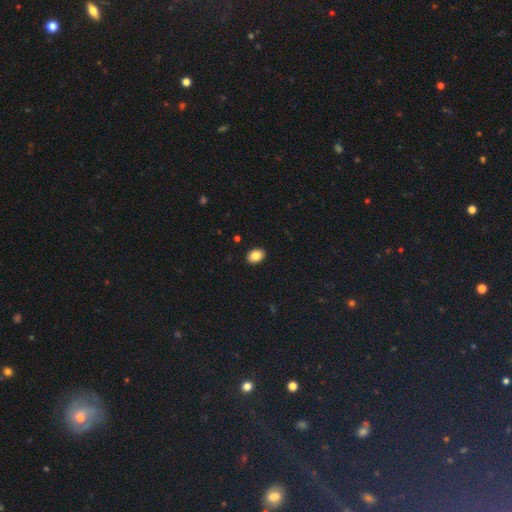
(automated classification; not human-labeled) A smooth galaxy with no disk features (85%) that is in between round and cigar-shaped (79%). Merging: none (91%).